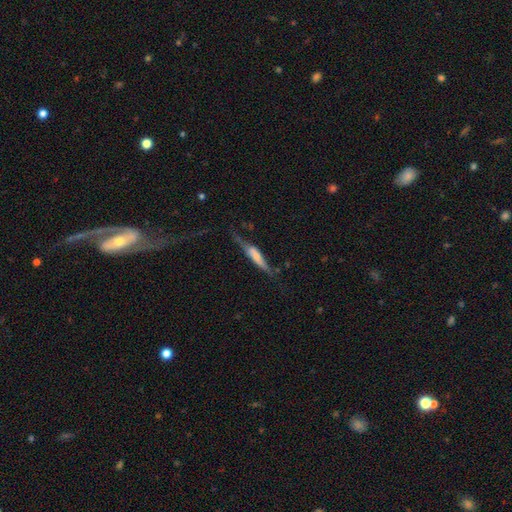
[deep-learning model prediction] smooth-or-featured: featured or disk: 50% | smooth: 43% | star or artifact: 7%
  disk-edge-on: yes: 80% | no: 20%
  merging: none: 43% | minor disturbance: 29% | major disturbance: 24% | merger: 5%